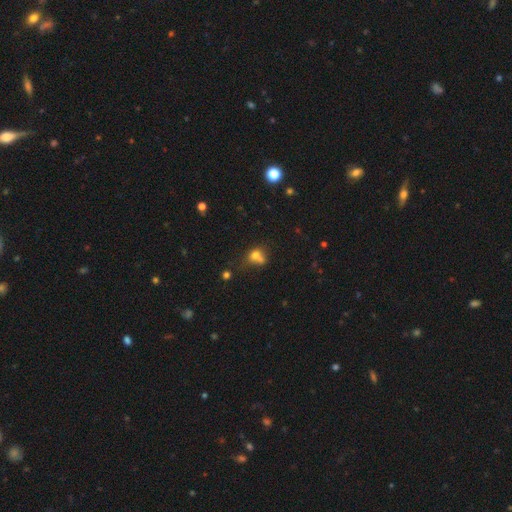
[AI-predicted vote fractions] Smooth or featured? Predicted: smooth (p=0.70). How rounded? Predicted: round (p=0.66). Merging? Predicted: merger (p=0.47).